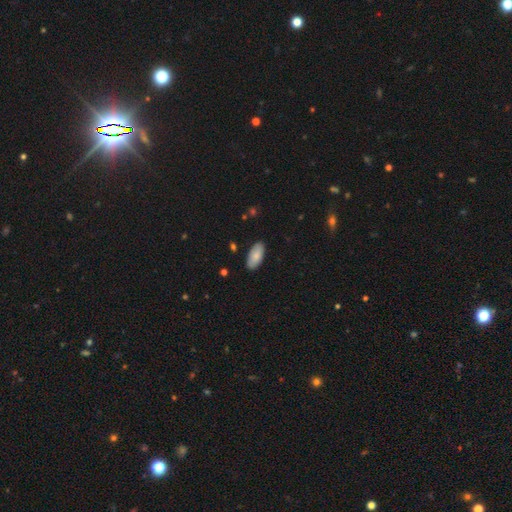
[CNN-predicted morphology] smooth-or-featured: smooth: 84% | featured or disk: 10% | star or artifact: 6%
  how-rounded: in between: 92% | cigar-shaped: 6% | round: 2%
  merging: none: 87% | minor disturbance: 10% | major disturbance: 2% | merger: 1%